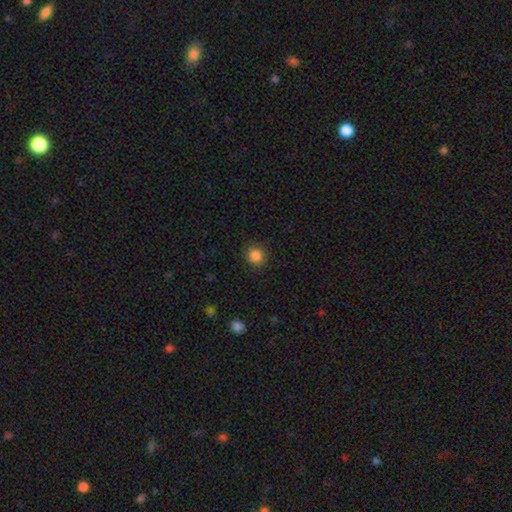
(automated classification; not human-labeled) Overall: smooth (86%). How rounded: round (90%). Merging: none (89%).